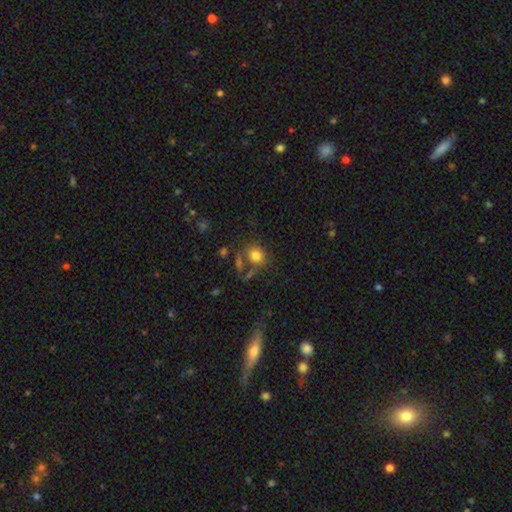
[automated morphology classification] Smooth or featured: smooth — 79% (star or artifact — 12%)
How rounded: round — 75% (in between — 24%)
Merging: none — 61% (minor disturbance — 15%)